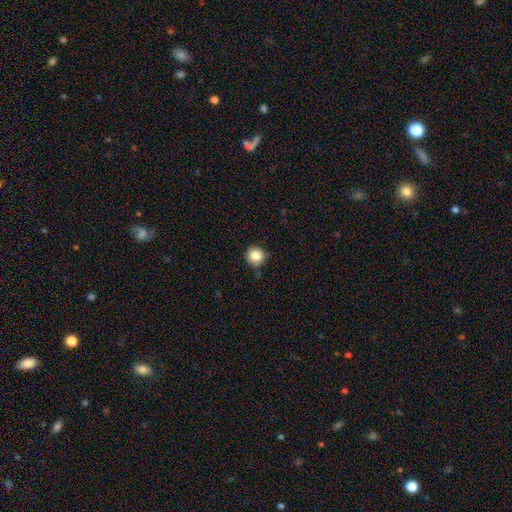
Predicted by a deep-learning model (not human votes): This appears to be a smooth galaxy with no disk features (85%) that is round (93%). Merging: none (80%).